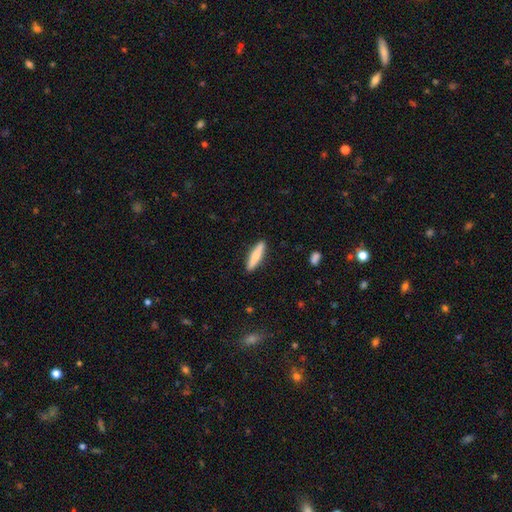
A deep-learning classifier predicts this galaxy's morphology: smooth_or_featured: smooth (p=0.73) [alt: featured or disk p=0.21]
how_rounded: cigar-shaped (p=0.81) [alt: in between p=0.17]
merging: none (p=0.89) [alt: minor disturbance p=0.08]